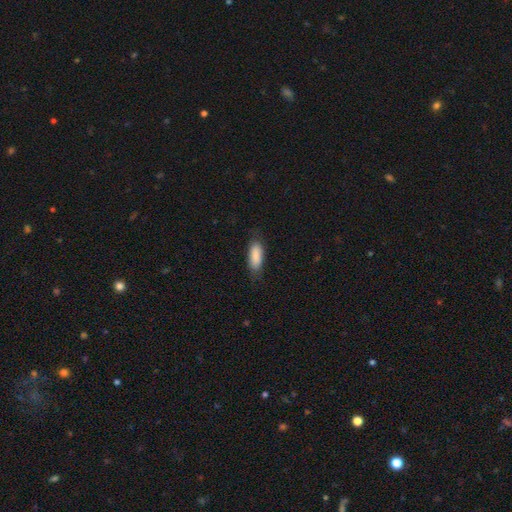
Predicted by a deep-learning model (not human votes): Smooth or featured? Predicted: smooth (p=0.87). How rounded? Predicted: in between (p=0.75). Merging? Predicted: none (p=0.77).